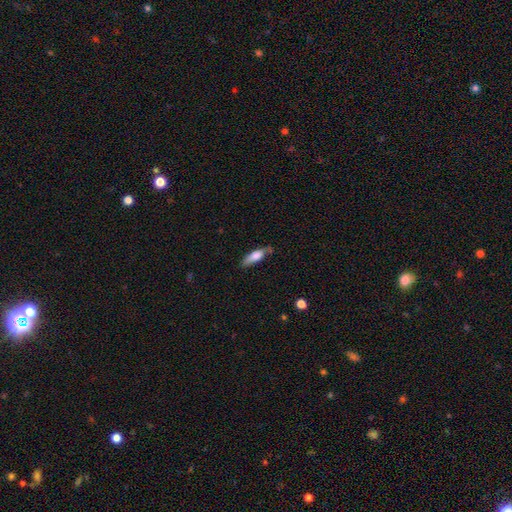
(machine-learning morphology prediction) Overall: smooth (69%). How rounded: cigar-shaped (52%; in between 46%). Merging: none (59%; minor disturbance 30%).